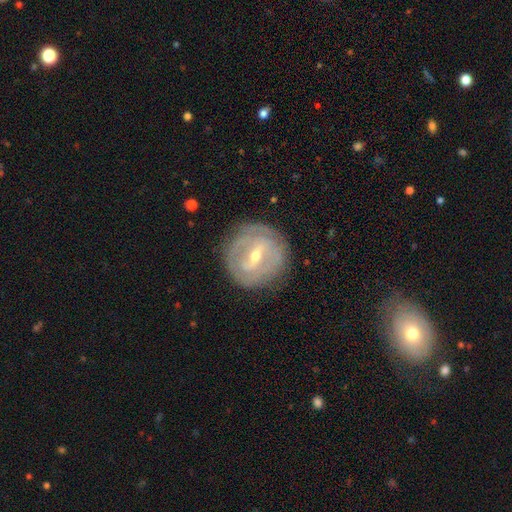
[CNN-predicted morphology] Overall: featured or disk (77%). Edge-on disk: no (94%). Bar: strong (44%; weak 42%). Spiral arms: yes (65%; no 35%). Bulge size: small (54%; moderate 43%). Merging: none (82%).